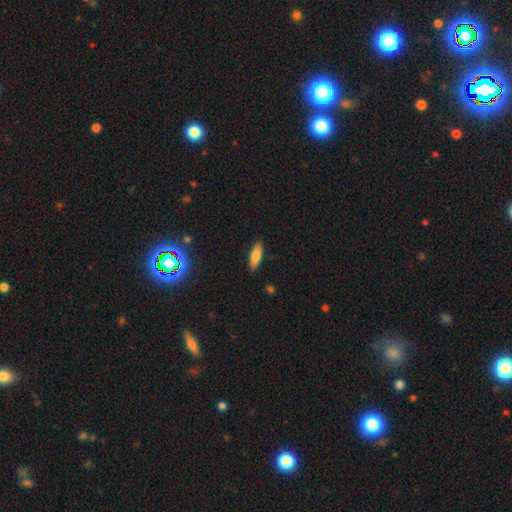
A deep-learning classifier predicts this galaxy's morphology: Overall: smooth (77%). How rounded: in between (56%; cigar-shaped 42%). Merging: none (88%).